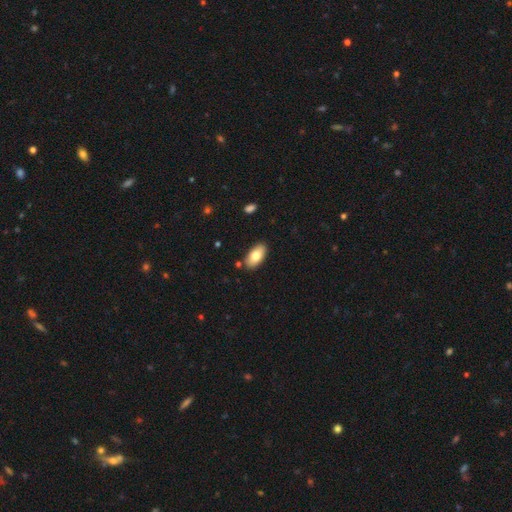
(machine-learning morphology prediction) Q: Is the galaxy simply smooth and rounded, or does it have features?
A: smooth — 77%.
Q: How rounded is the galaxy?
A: in between — 93%.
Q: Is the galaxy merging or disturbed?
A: none — 86%.